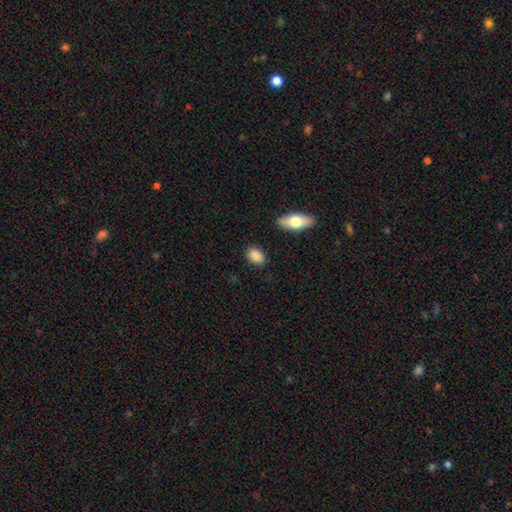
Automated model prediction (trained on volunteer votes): This appears to be a smooth galaxy with no disk features (88%) that is in between round and cigar-shaped (85%). Merging: none (86%).